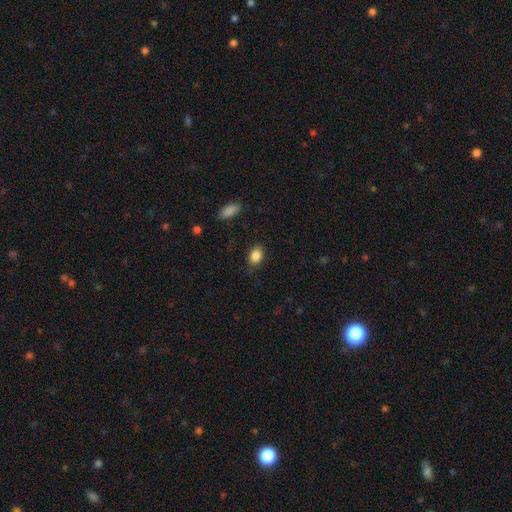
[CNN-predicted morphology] smooth-or-featured: smooth: 86% | star or artifact: 9% | featured or disk: 5%
  how-rounded: in between: 78% | round: 20% | cigar-shaped: 1%
  merging: none: 82% | minor disturbance: 14% | major disturbance: 3% | merger: 1%